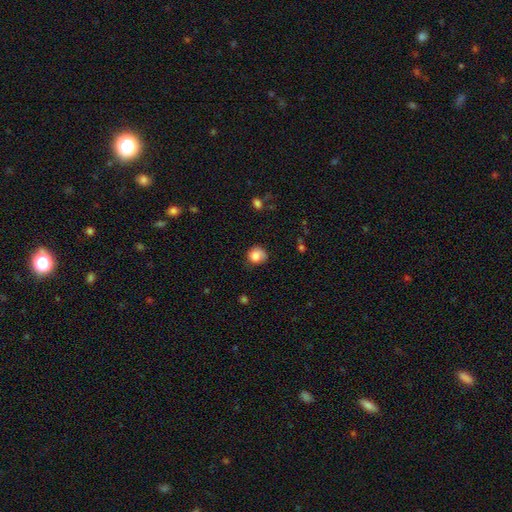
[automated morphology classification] smooth_or_featured: smooth (p=0.84) [alt: star or artifact p=0.09]
how_rounded: round (p=0.81) [alt: in between p=0.18]
merging: none (p=0.62) [alt: minor disturbance p=0.29]